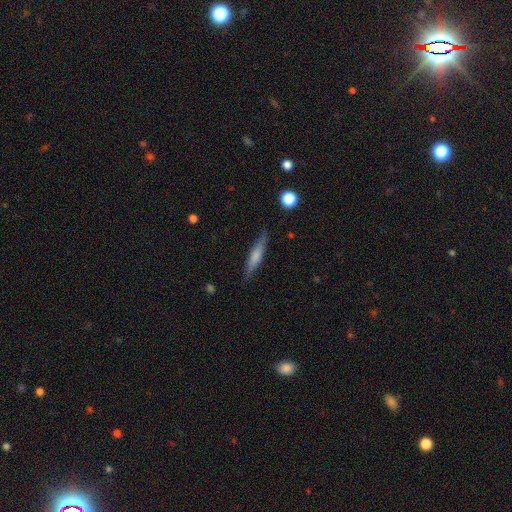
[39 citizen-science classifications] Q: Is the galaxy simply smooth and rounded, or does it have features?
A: smooth — 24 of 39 (62%).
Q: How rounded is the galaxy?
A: cigar-shaped — 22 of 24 (92%).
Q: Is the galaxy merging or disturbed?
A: none — 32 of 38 (84%).